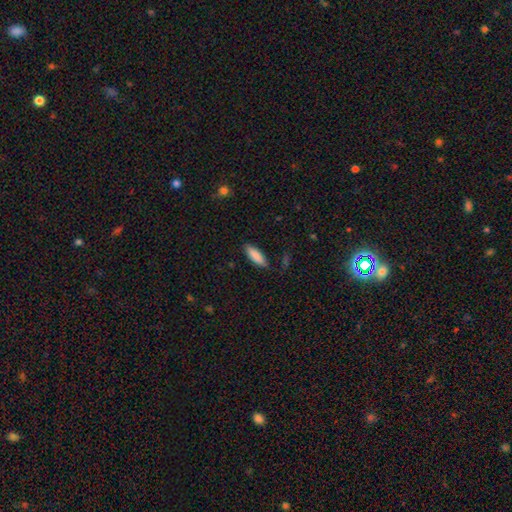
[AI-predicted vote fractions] A smooth galaxy with no disk features (88%) that is in between round and cigar-shaped (60%). Merging: none (82%).